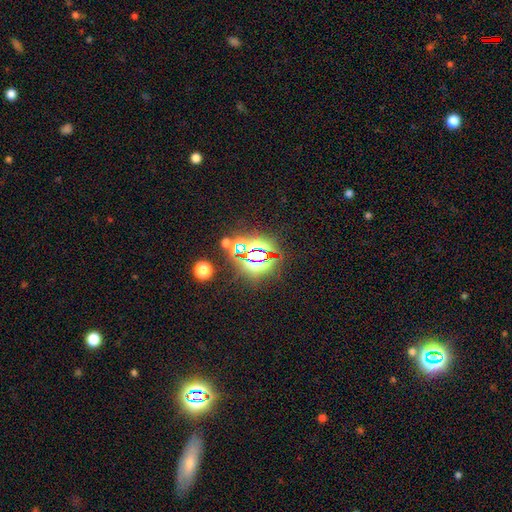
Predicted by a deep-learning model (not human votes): The model was most divided on "smooth or featured": star or artifact: 76%, smooth: 14%, featured or disk: 9%.